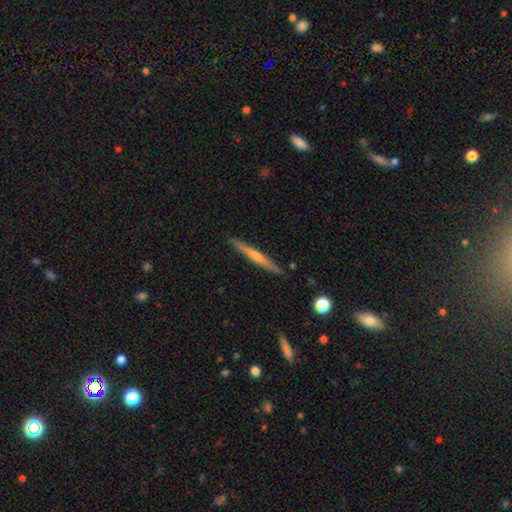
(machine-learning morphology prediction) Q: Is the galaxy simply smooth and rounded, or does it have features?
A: featured or disk — 56%.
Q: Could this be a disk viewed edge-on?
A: yes — 97%.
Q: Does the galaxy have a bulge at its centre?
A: rounded — 55%.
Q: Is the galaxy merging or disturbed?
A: none — 90%.